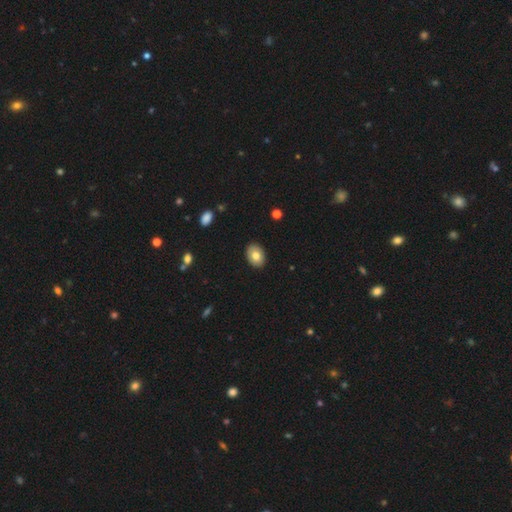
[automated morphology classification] type=smooth (78%); roundness=in between (79%); merging=none (89%).